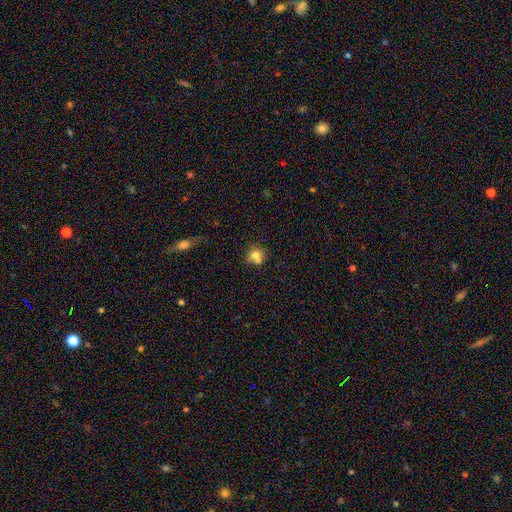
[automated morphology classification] Q: Smooth or featured?
A: smooth (74%); runner-up: featured or disk (13%)
Q: How rounded?
A: round (79%); runner-up: in between (20%)
Q: Merging?
A: none (58%); runner-up: minor disturbance (20%)